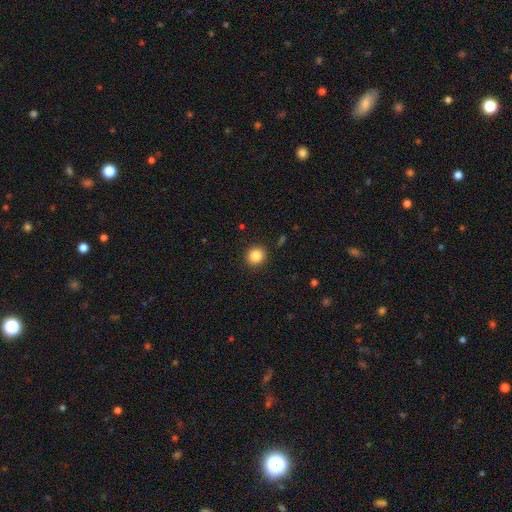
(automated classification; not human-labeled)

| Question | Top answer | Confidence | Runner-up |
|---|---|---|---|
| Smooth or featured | smooth | 85% | star or artifact (10%) |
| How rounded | round | 86% | in between (14%) |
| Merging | none | 91% | minor disturbance (6%) |